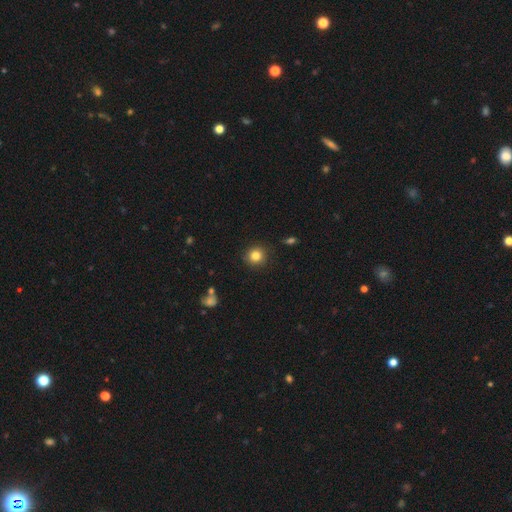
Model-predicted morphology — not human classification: This is clearly a smooth galaxy (83%). How rounded: clearly round (92%). Merging: clearly none (90%).